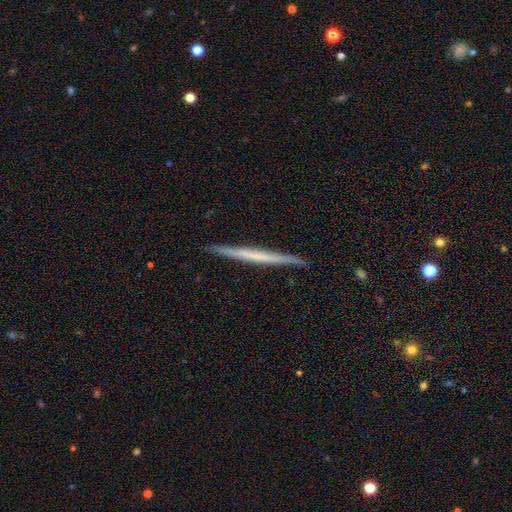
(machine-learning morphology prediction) Overall: featured or disk (54%; smooth 41%). Edge-on disk: yes (98%). Edge-on bulge: none (87%). Merging: none (91%).